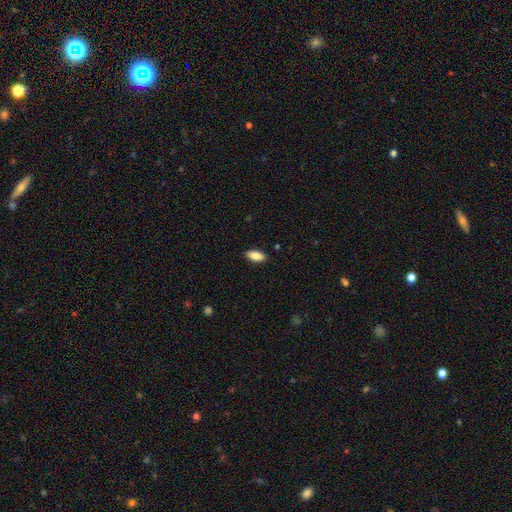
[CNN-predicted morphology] Smooth or featured?
  - smooth: 87% *
  - star or artifact: 7%
  - featured or disk: 6%
How rounded?
  - in between: 88% *
  - cigar-shaped: 9%
  - round: 2%
Merging?
  - none: 88% *
  - minor disturbance: 9%
  - major disturbance: 2%
  - merger: 1%